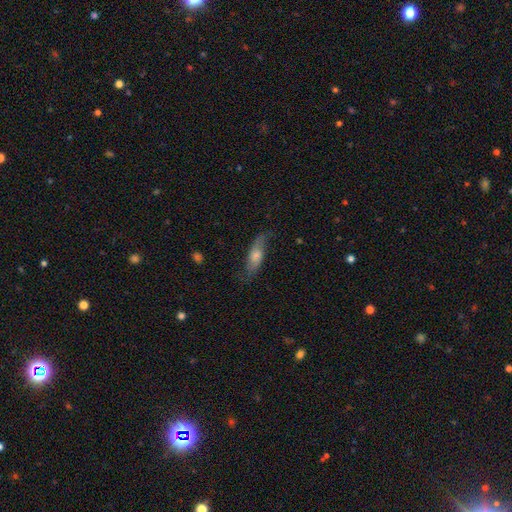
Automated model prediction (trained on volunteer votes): This appears to be a featured or disk galaxy (54%). Merging: none (70%).